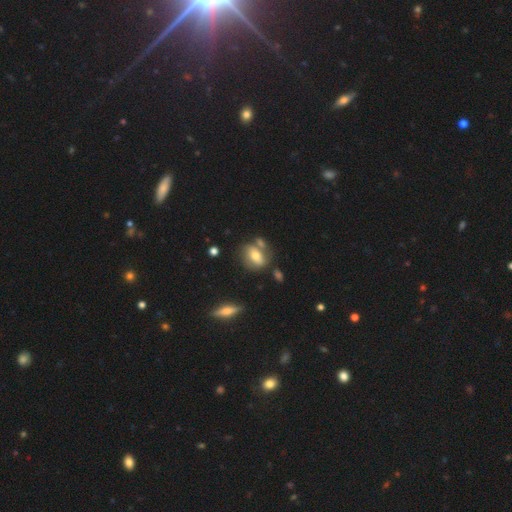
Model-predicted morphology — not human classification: A smooth galaxy with no disk features (55%) that is in between round and cigar-shaped (69%).

Vote fractions:
- Smooth or featured? smooth: 55% / featured or disk: 36% / star or artifact: 9%
- How rounded? in between: 69% / round: 26% / cigar-shaped: 5%
- Merging? none: 55% / merger: 20% / minor disturbance: 17% / major disturbance: 7%